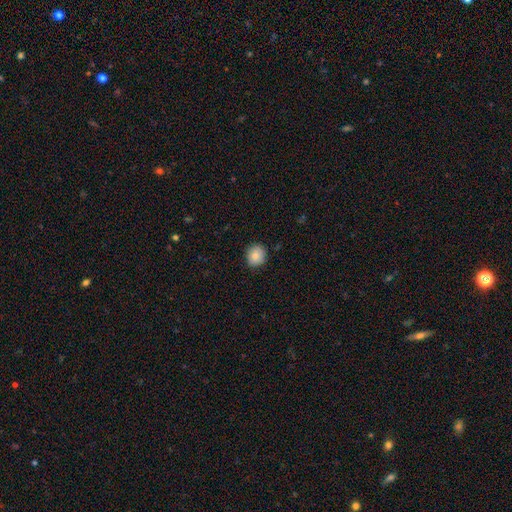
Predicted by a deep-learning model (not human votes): A smooth galaxy with no disk features (84%) that is round (80%).

Vote fractions:
- Smooth or featured? smooth: 84% / star or artifact: 8% / featured or disk: 7%
- How rounded? round: 80% / in between: 19% / cigar-shaped: 1%
- Merging? none: 87% / minor disturbance: 10% / major disturbance: 2% / merger: 1%